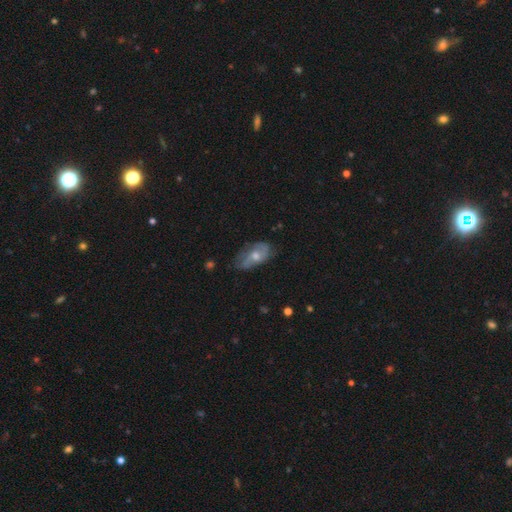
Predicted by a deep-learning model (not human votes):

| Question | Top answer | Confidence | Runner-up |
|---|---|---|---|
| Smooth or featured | featured or disk | 58% | smooth (32%) |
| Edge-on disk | no | 89% | yes (11%) |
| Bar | no | 71% | weak (24%) |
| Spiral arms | yes | 69% | no (31%) |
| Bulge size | moderate | 65% | small (26%) |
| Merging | none | 62% | minor disturbance (27%) |